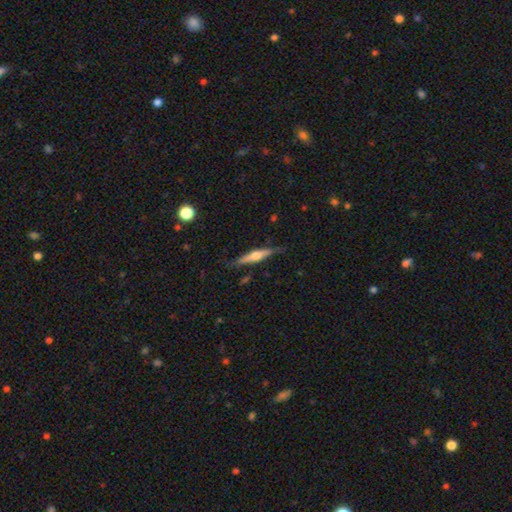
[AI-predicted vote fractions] smooth_or_featured: featured or disk (p=0.62) [alt: smooth p=0.32]
disk_edge_on: yes (p=0.96) [alt: no p=0.04]
edge_on_bulge: rounded (p=0.89) [alt: boxy p=0.06]
merging: none (p=0.80) [alt: minor disturbance p=0.15]